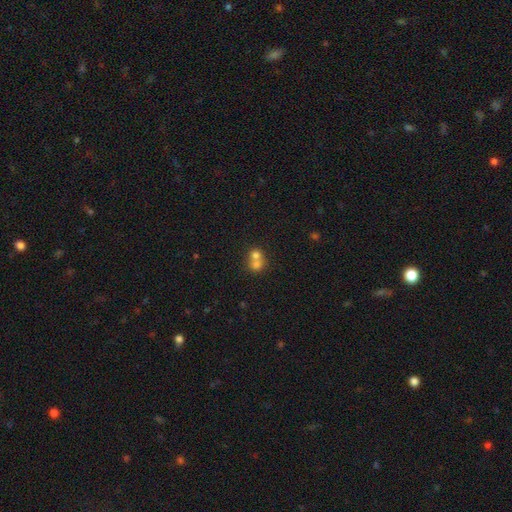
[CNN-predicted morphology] A smooth galaxy with no disk features (71%) that is round (76%). Merging: merger (66%).